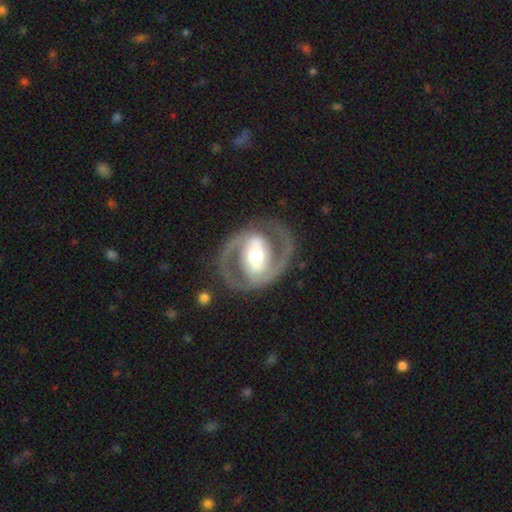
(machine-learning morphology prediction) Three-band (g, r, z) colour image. It shows a featured or disk galaxy (86%) with a strong bar (51%), 2 (90%) medium (50%) spiral arms (84%) and a moderate central bulge (67%). Merging: none (82%).